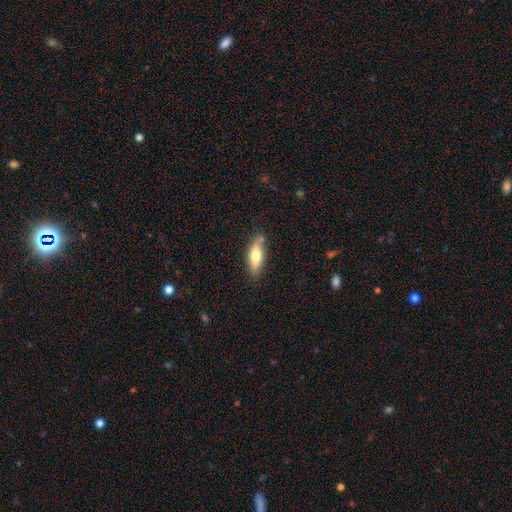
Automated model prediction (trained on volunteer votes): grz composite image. It shows a smooth galaxy with no disk features (65%) that is in between round and cigar-shaped (63%). Merging: none (74%).